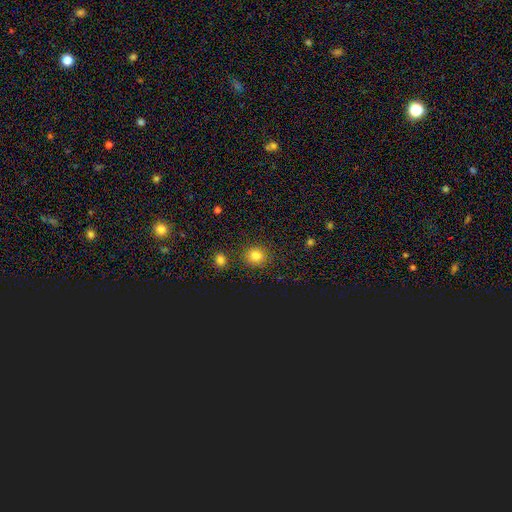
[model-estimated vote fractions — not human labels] Smooth or featured: smooth — 77% (star or artifact — 18%)
How rounded: round — 89% (in between — 10%)
Merging: none — 86% (minor disturbance — 7%)